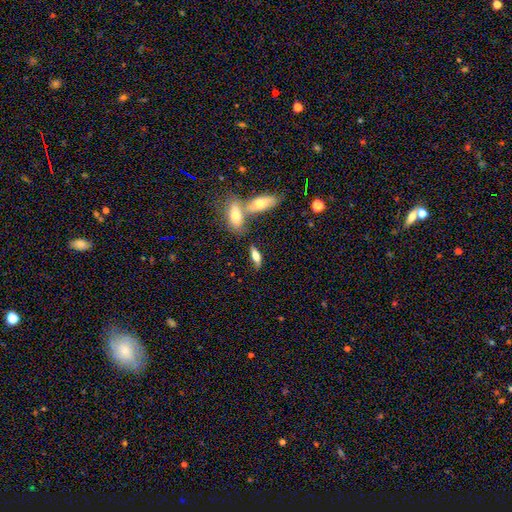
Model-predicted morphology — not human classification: Smooth or featured? Predicted: smooth (p=0.67). How rounded? Predicted: in between (p=0.69). Merging? Predicted: none (p=0.60).